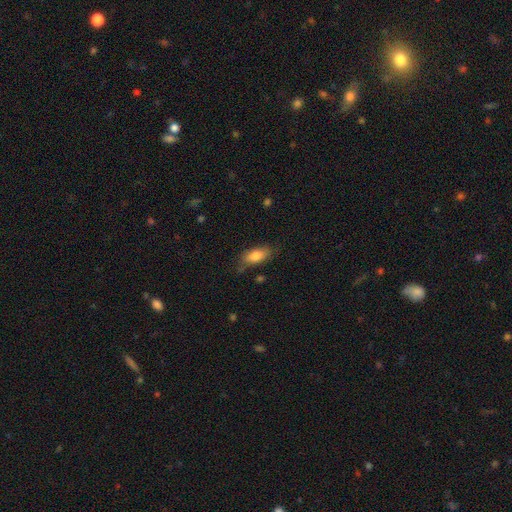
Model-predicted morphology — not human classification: Overall: smooth (78%). How rounded: in between (84%). Merging: none (68%).